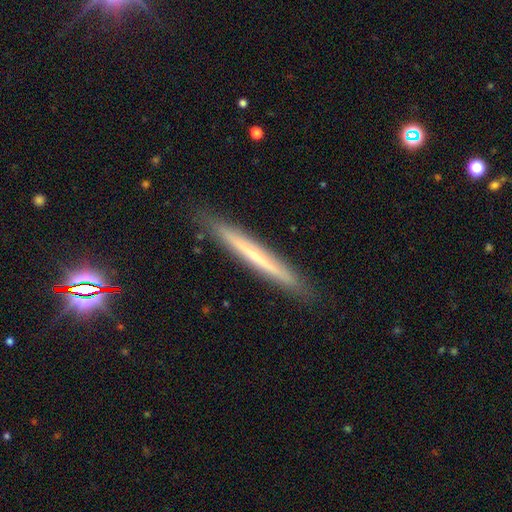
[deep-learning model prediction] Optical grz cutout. It shows a featured or disk galaxy (52%) viewed edge-on (95%). Merging: none (90%).